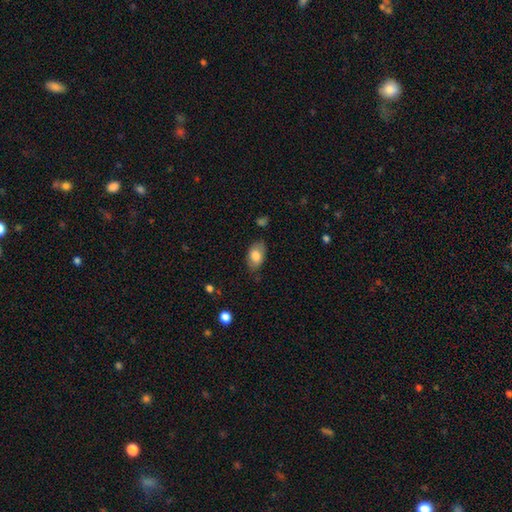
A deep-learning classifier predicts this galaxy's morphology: type=smooth (79%); roundness=in between (91%); merging=none (75%).